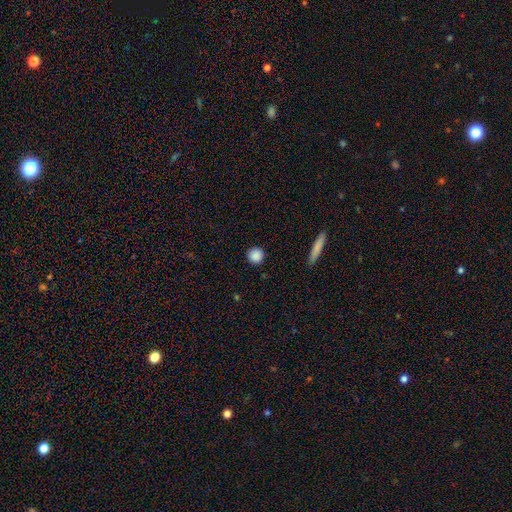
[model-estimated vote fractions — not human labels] Morphology: type=smooth (87%); roundness=round (94%); merging=none (91%).